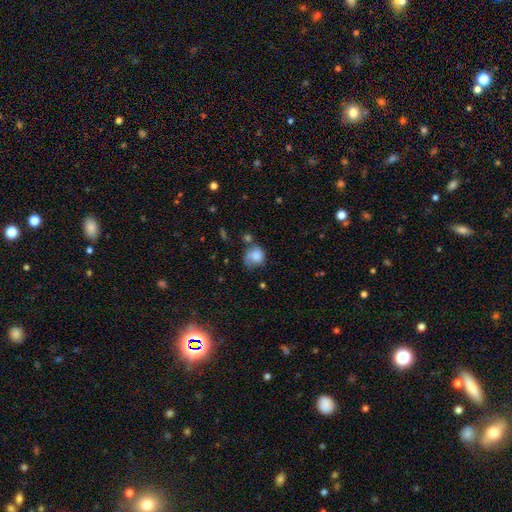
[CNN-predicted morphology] type=smooth (68%); roundness=round (70%); merging=none (38%).